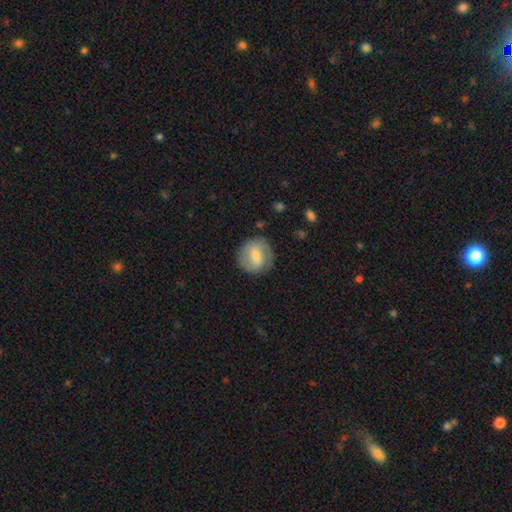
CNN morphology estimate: smooth_or_featured: smooth (p=0.49) [alt: featured or disk p=0.44]
merging: none (p=0.78) [alt: minor disturbance p=0.15]